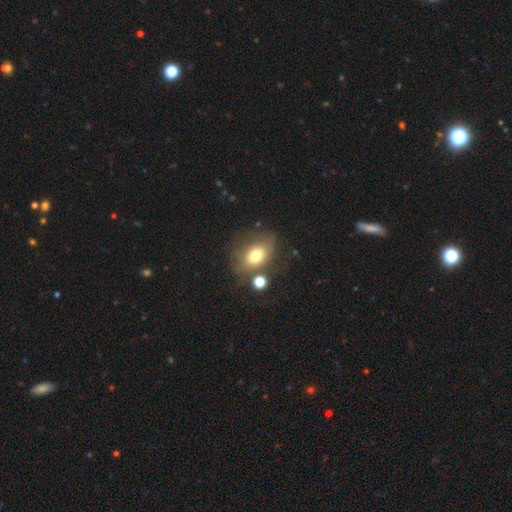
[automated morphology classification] Smooth or featured: smooth — 71% (featured or disk — 18%)
How rounded: in between — 71% (round — 27%)
Merging: none — 60% (minor disturbance — 19%)